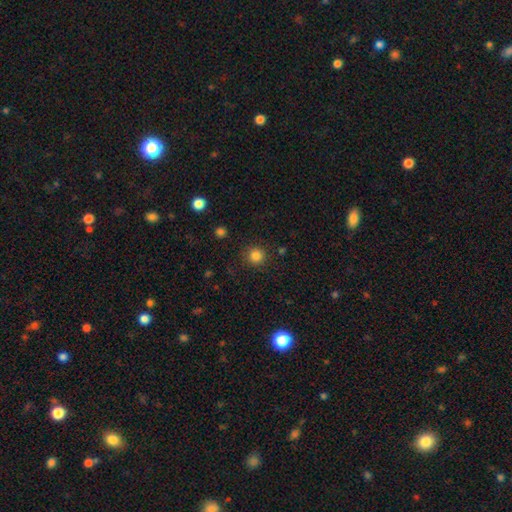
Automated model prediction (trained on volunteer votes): A smooth galaxy with no disk features (83%) that is round (94%). Merging: none (89%).